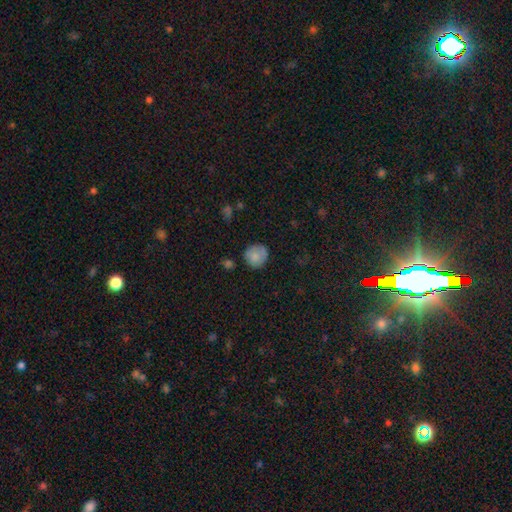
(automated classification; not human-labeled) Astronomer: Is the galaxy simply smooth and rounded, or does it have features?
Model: smooth — 78%.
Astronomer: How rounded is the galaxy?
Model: round — 90%.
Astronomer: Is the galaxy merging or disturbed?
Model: none — 76%.